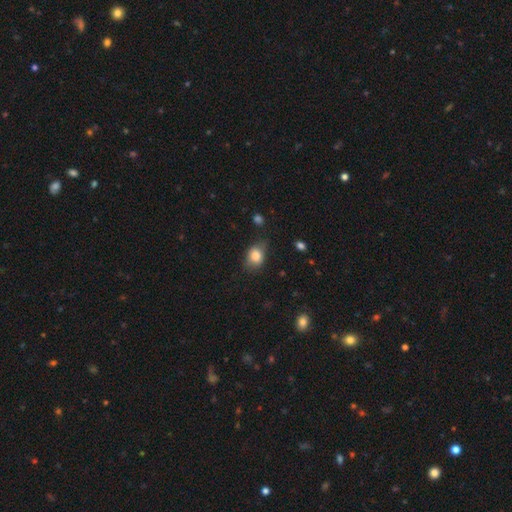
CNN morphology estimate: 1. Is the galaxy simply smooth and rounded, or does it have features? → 81% smooth, 10% featured or disk, 9% star or artifact.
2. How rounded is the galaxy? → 63% in between, 36% round, 1% cigar-shaped.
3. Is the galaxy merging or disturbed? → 66% none, 26% minor disturbance, 6% major disturbance, 2% merger.